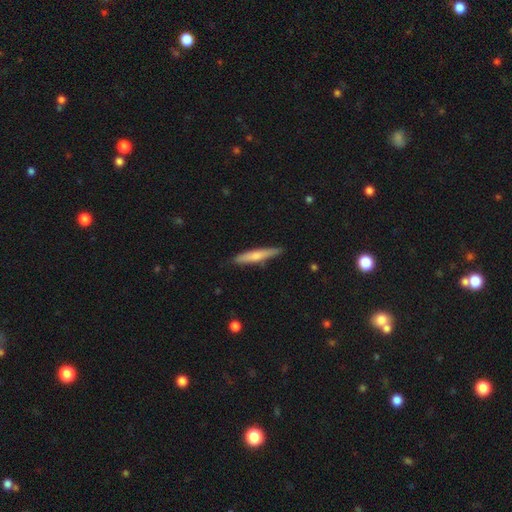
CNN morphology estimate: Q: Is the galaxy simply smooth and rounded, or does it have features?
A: smooth — 62%.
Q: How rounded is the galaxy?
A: cigar-shaped — 91%.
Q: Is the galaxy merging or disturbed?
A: none — 84%.